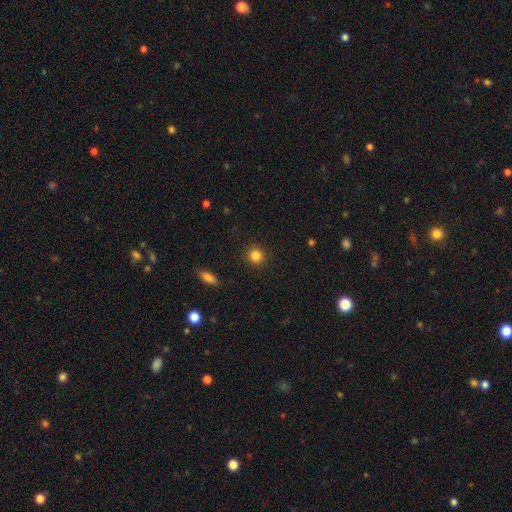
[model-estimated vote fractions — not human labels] A smooth galaxy with no disk features (85%) that is round (88%).

Vote fractions:
- Smooth or featured? smooth: 85% / star or artifact: 11% / featured or disk: 4%
- How rounded? round: 88% / in between: 11% / cigar-shaped: 1%
- Merging? none: 91% / minor disturbance: 6% / major disturbance: 2% / merger: 1%